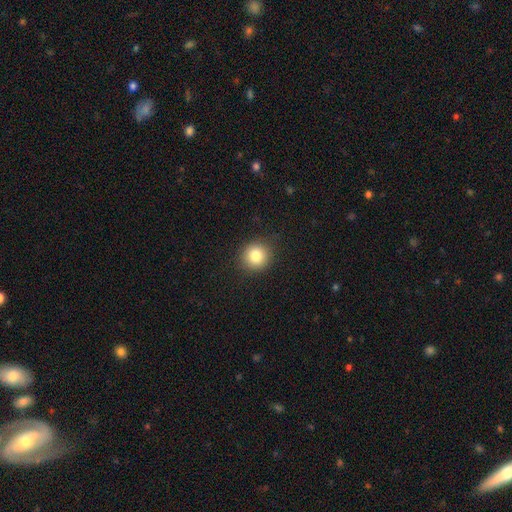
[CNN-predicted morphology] A smooth galaxy with no disk features (82%) that is round (88%). Merging: none (88%).